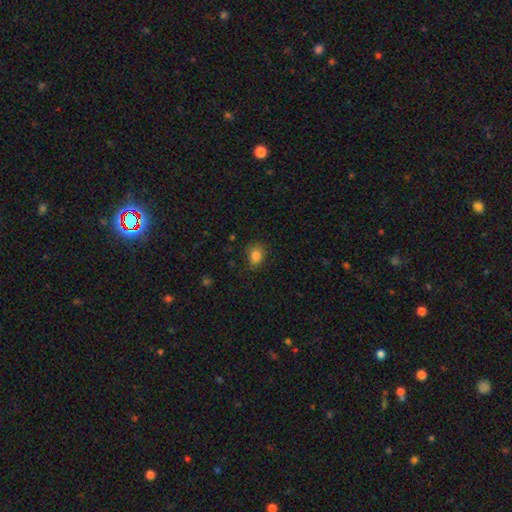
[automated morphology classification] Overall: smooth (84%). How rounded: in between (59%; round 40%). Merging: none (74%).